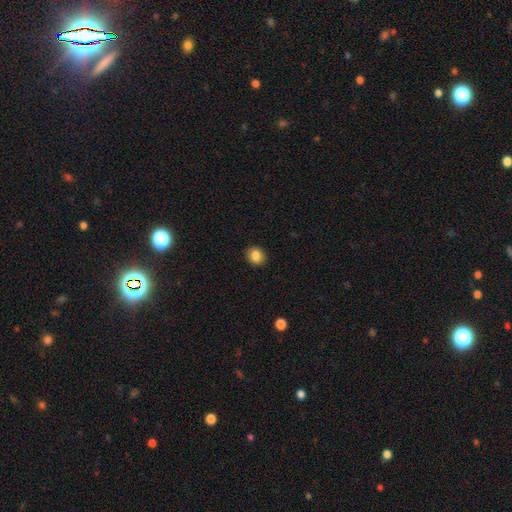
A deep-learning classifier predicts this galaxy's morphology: A smooth galaxy with no disk features (85%) that is round (71%). Merging: none (91%).